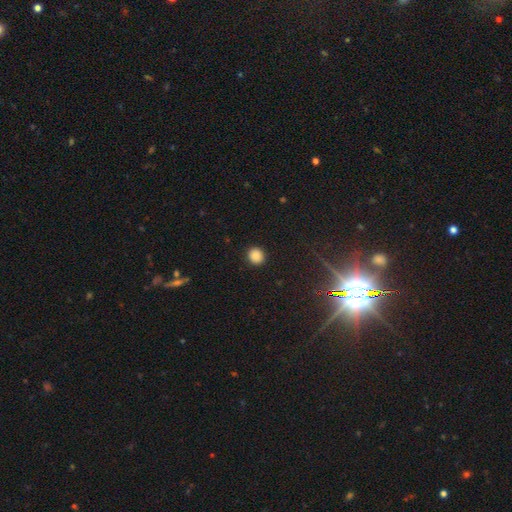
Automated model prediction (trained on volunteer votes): Smooth or featured? smooth (86%)
How rounded? round (90%)
Merging? none (92%)